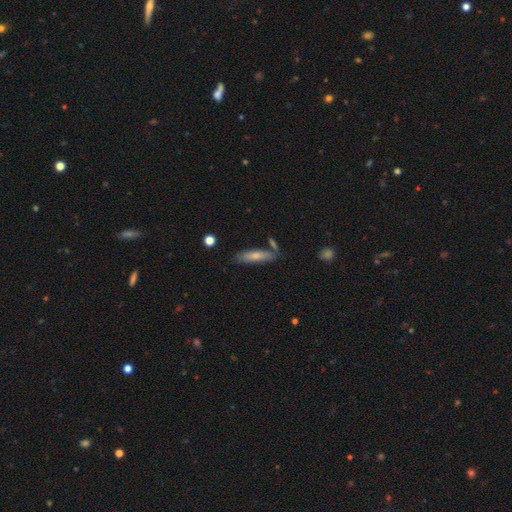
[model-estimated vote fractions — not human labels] The model was most divided on "smooth or featured": smooth: 70%, featured or disk: 24%, star or artifact: 6%. More confident: how rounded — cigar-shaped (75%); merging — none (74%).